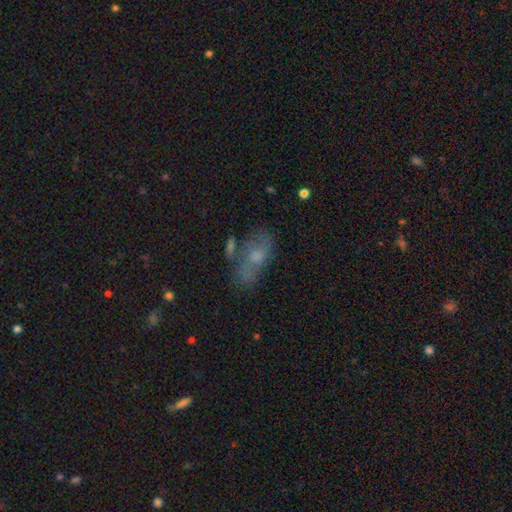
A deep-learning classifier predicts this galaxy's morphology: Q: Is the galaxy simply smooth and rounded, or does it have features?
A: smooth — 43%.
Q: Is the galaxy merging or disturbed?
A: none — 53%.